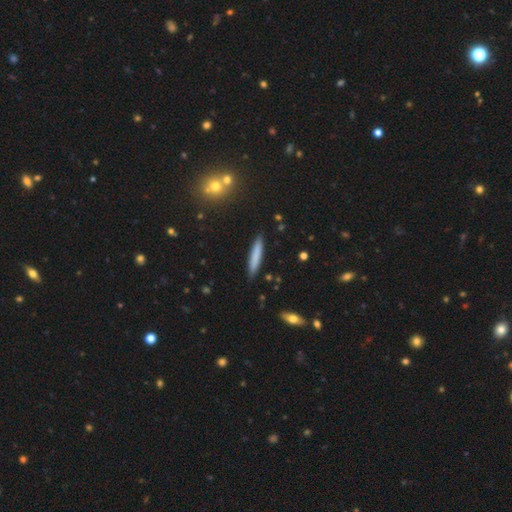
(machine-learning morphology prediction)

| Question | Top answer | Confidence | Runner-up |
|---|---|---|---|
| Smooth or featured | smooth | 76% | featured or disk (17%) |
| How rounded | cigar-shaped | 92% | in between (6%) |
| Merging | none | 89% | minor disturbance (8%) |